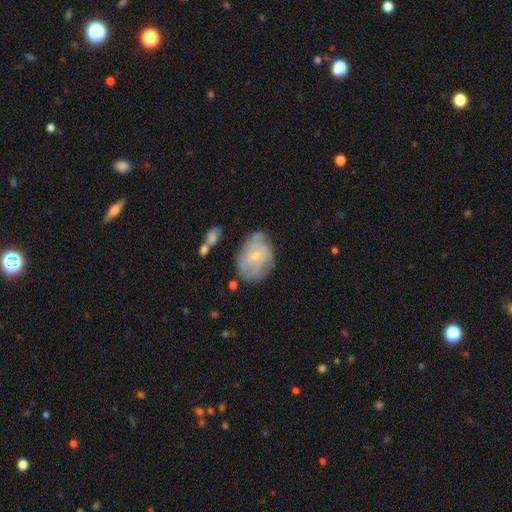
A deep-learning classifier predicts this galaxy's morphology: Smooth or featured? Predicted: featured or disk (p=0.67). Edge-on disk? Predicted: no (p=0.97). Bar? Predicted: no (p=0.65). Spiral arms? Predicted: yes (p=0.81). Spiral winding? Predicted: tight (p=0.55). Spiral arm count? Predicted: can't tell (p=0.47). Bulge size? Predicted: small (p=0.74). Merging? Predicted: none (p=0.59).